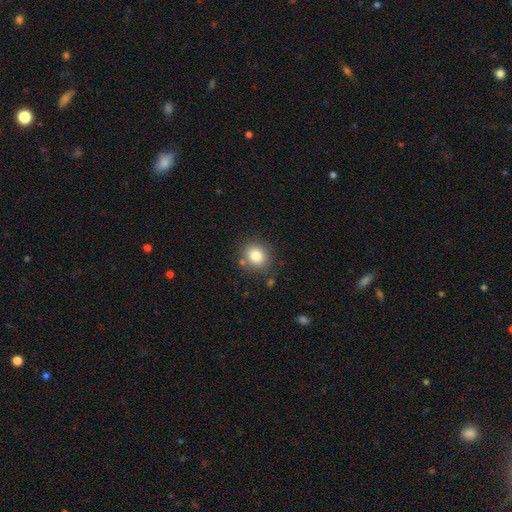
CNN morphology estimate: A smooth galaxy with no disk features (82%) that is round (71%).

Vote fractions:
- Smooth or featured? smooth: 82% / star or artifact: 10% / featured or disk: 8%
- How rounded? round: 71% / in between: 28% / cigar-shaped: 1%
- Merging? none: 81% / minor disturbance: 11% / merger: 5% / major disturbance: 3%